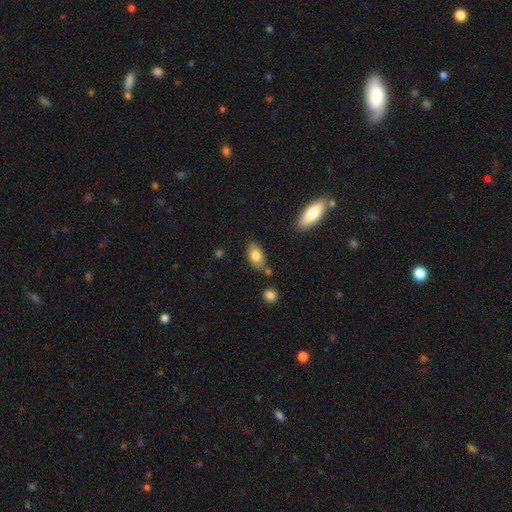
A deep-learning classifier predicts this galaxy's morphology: smooth-or-featured: smooth: 78% | featured or disk: 15% | star or artifact: 7%
  how-rounded: in between: 91% | round: 6% | cigar-shaped: 3%
  merging: none: 73% | minor disturbance: 16% | merger: 8% | major disturbance: 3%